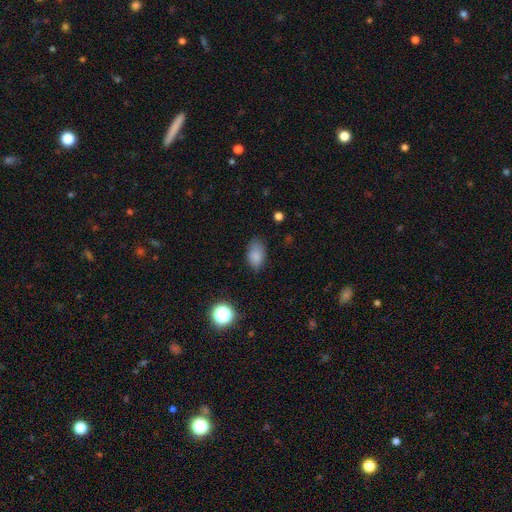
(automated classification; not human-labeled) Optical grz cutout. It shows a smooth galaxy with no disk features (83%) that is in between round and cigar-shaped (89%). Merging: none (73%).